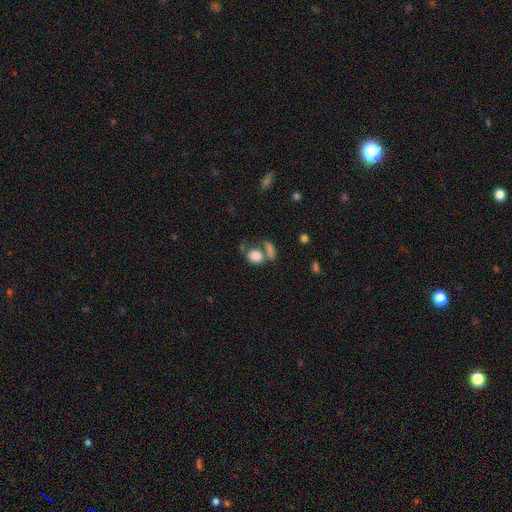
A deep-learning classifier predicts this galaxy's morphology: This appears to be a smooth galaxy with no disk features (81%) that is in between round and cigar-shaped (54%). Merging: merger (41%).